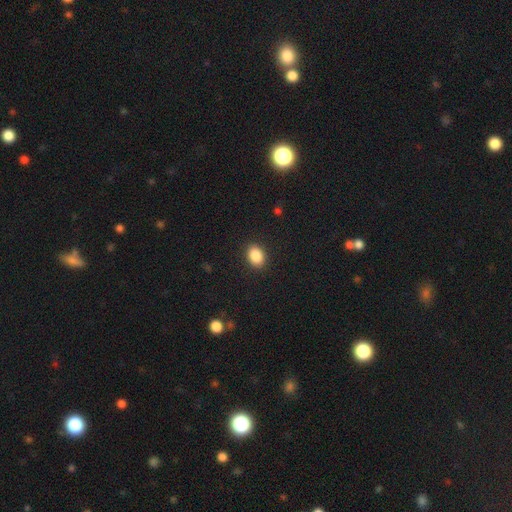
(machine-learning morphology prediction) type=smooth (88%); roundness=in between (72%); merging=none (90%).